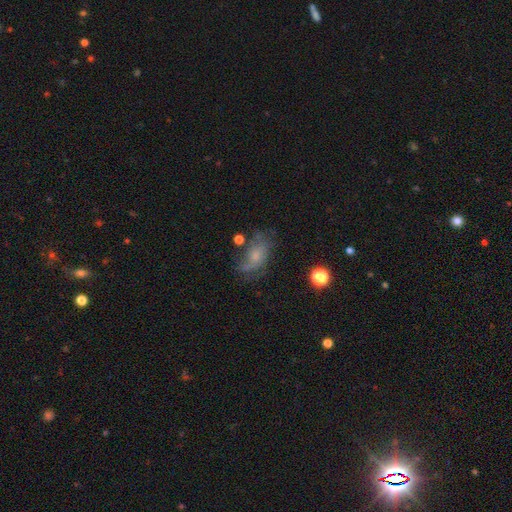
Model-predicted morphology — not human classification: Smooth or featured?
  - featured or disk: 44% *
  - smooth: 42%
  - star or artifact: 14%
Merging?
  - none: 46% *
  - minor disturbance: 25%
  - major disturbance: 24%
  - merger: 5%